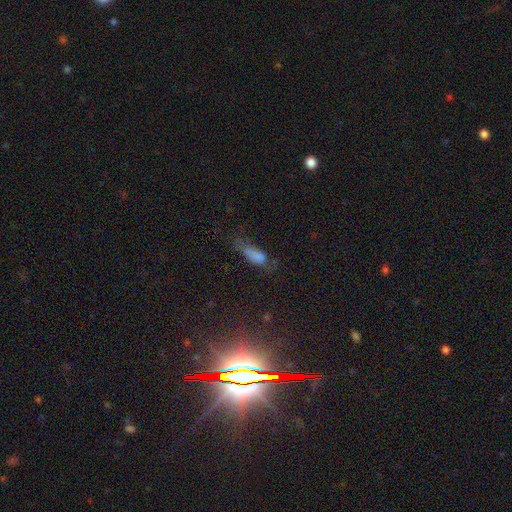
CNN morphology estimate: A smooth galaxy with no disk features (73%) that is in between round and cigar-shaped (68%).

Vote fractions:
- Smooth or featured? smooth: 73% / star or artifact: 14% / featured or disk: 12%
- How rounded? in between: 68% / cigar-shaped: 28% / round: 4%
- Merging? major disturbance: 33% / minor disturbance: 31% / none: 30% / merger: 6%